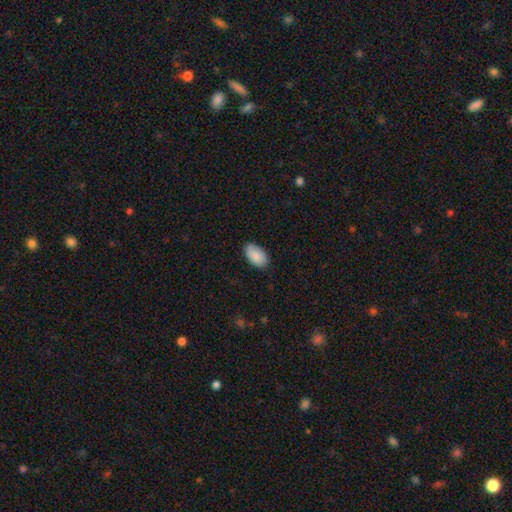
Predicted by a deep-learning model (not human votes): Smooth or featured? smooth (87%)
How rounded? in between (95%)
Merging? none (78%)